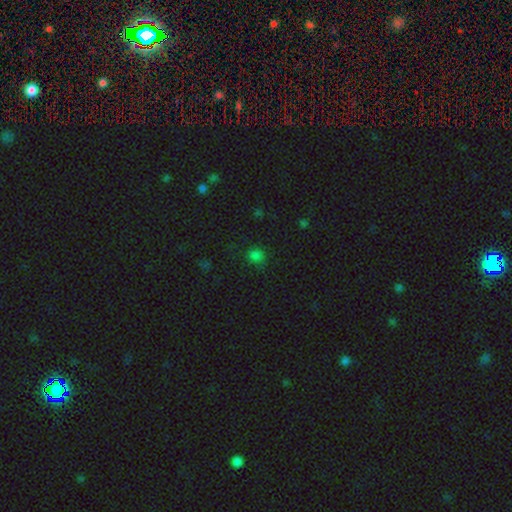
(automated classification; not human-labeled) Smooth or featured? smooth (76%)
How rounded? round (79%)
Merging? none (79%)